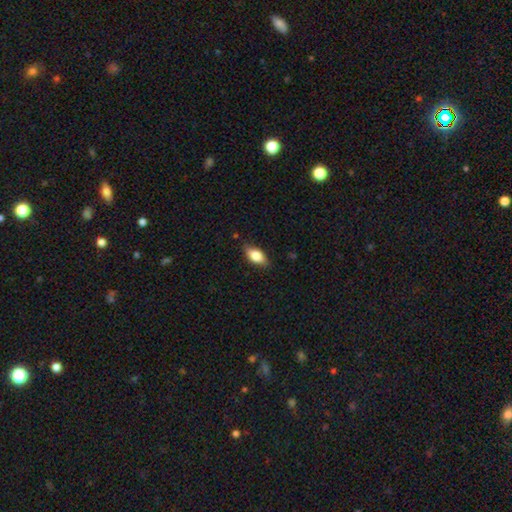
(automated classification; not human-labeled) Morphology: type=smooth (77%); roundness=in between (86%); merging=none (80%).